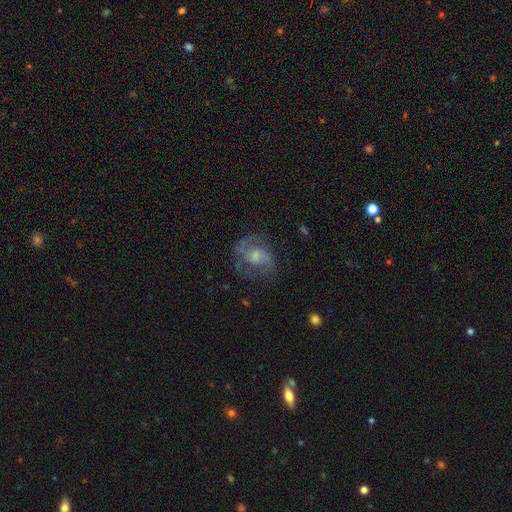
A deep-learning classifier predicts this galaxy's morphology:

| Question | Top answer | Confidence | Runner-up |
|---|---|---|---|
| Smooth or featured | featured or disk | 70% | smooth (20%) |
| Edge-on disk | no | 97% | yes (3%) |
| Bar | no | 56% | weak (37%) |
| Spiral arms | yes | 85% | no (15%) |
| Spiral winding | medium | 49% | loose (29%) |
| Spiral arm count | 2 | 70% | can't tell (15%) |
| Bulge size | moderate | 44% | small (33%) |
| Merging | none | 62% | minor disturbance (19%) |